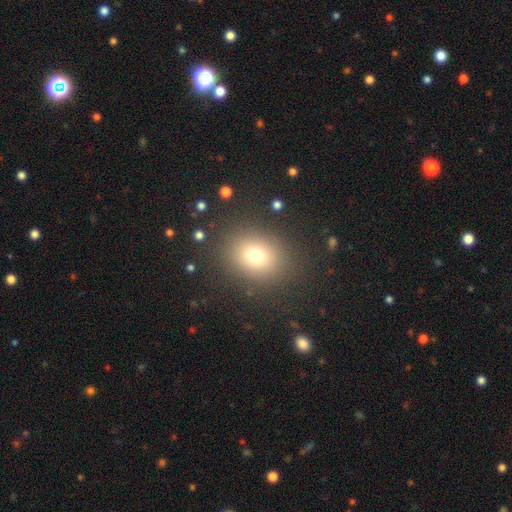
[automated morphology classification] Overall: smooth (73%). How rounded: round (66%; in between 33%). Merging: none (86%).